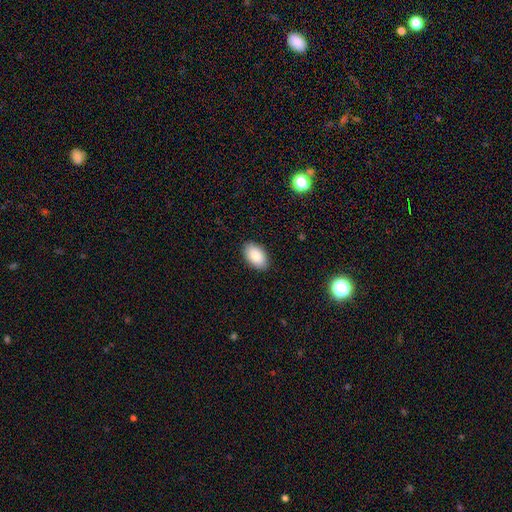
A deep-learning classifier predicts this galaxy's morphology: Smooth or featured? smooth (88%)
How rounded? in between (95%)
Merging? none (89%)